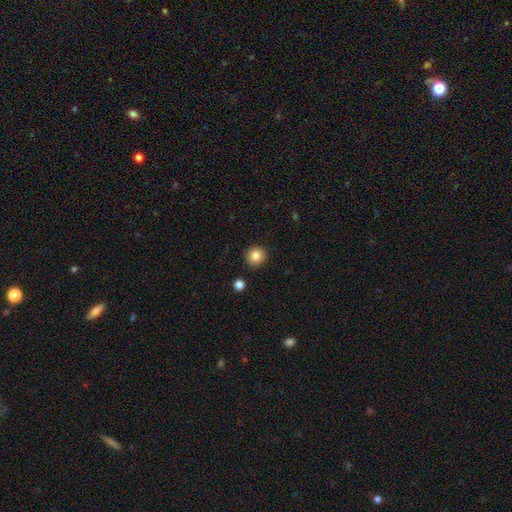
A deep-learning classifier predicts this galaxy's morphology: The model was most divided on "smooth or featured": smooth: 83%, star or artifact: 10%, featured or disk: 7%. More confident: how rounded — round (92%); merging — none (91%).